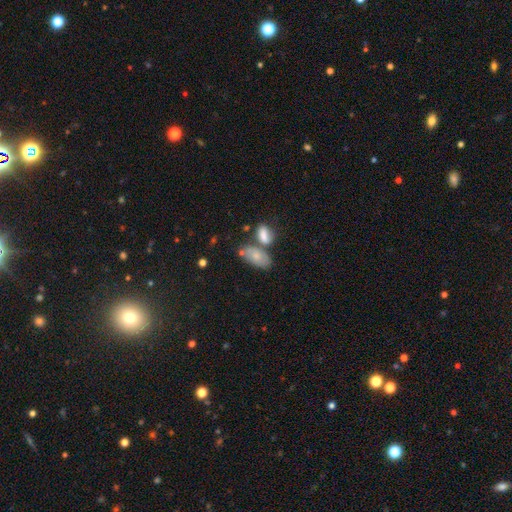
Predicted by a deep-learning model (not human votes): Morphology: type=smooth (74%); roundness=in between (91%); merging=none (47%).